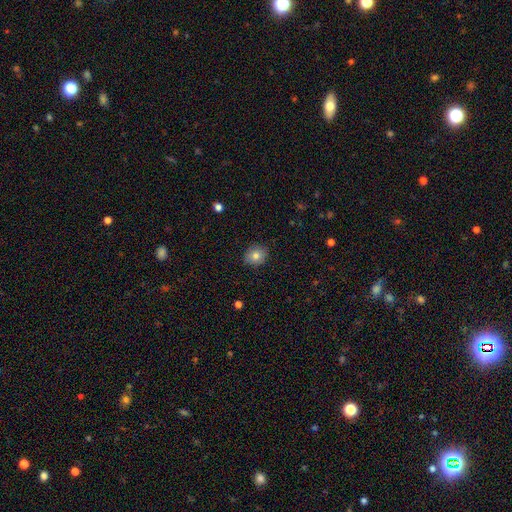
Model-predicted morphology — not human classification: This appears to be a smooth galaxy with no disk features (81%) that is round (72%). Merging: none (87%).